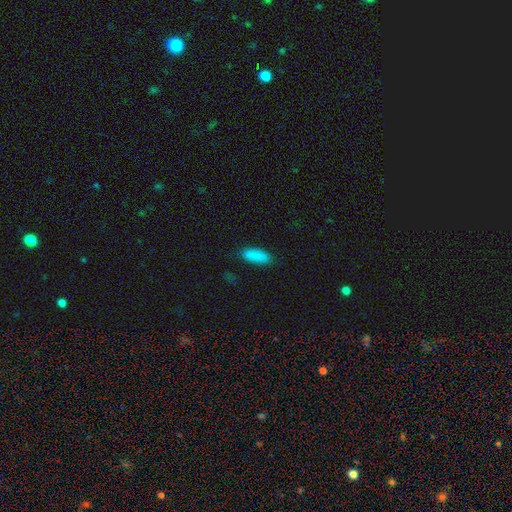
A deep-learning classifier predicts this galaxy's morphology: A smooth galaxy with no disk features (88%) that is in between round and cigar-shaped (68%).

Vote fractions:
- Smooth or featured? smooth: 88% / star or artifact: 8% / featured or disk: 4%
- How rounded? in between: 68% / cigar-shaped: 30% / round: 2%
- Merging? none: 82% / minor disturbance: 13% / major disturbance: 3% / merger: 1%